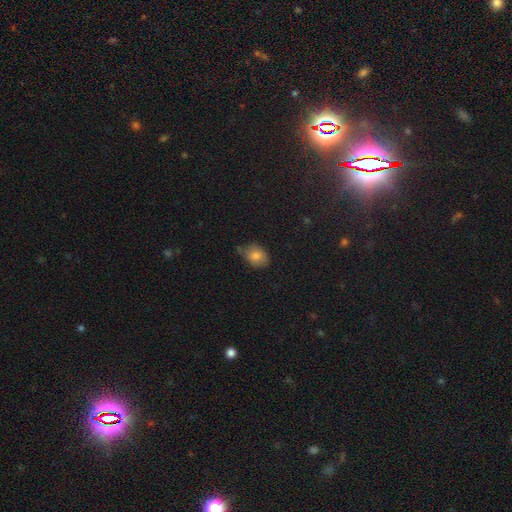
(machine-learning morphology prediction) smooth-or-featured: smooth: 81% | featured or disk: 10% | star or artifact: 9%
  how-rounded: in between: 60% | round: 39% | cigar-shaped: 1%
  merging: none: 66% | minor disturbance: 25% | major disturbance: 5% | merger: 4%